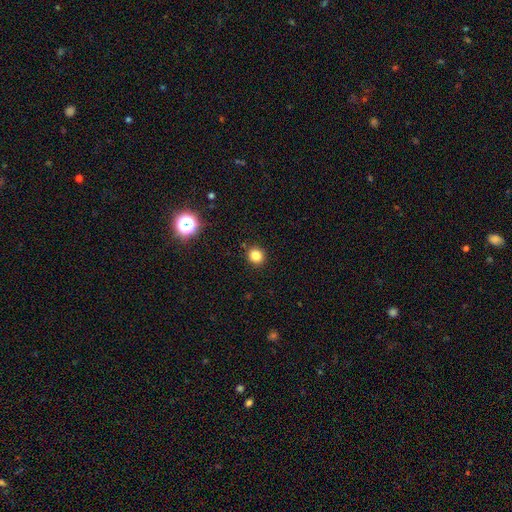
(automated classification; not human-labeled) Smooth or featured: smooth — 82% (star or artifact — 13%)
How rounded: round — 91% (in between — 8%)
Merging: none — 91% (minor disturbance — 6%)